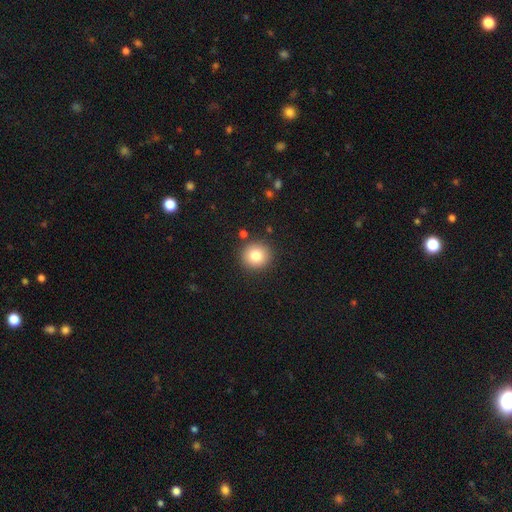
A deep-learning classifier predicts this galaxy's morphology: smooth-or-featured: smooth: 80% | star or artifact: 10% | featured or disk: 9%
  how-rounded: round: 91% | in between: 8% | cigar-shaped: 1%
  merging: none: 89% | minor disturbance: 7% | merger: 3% | major disturbance: 2%